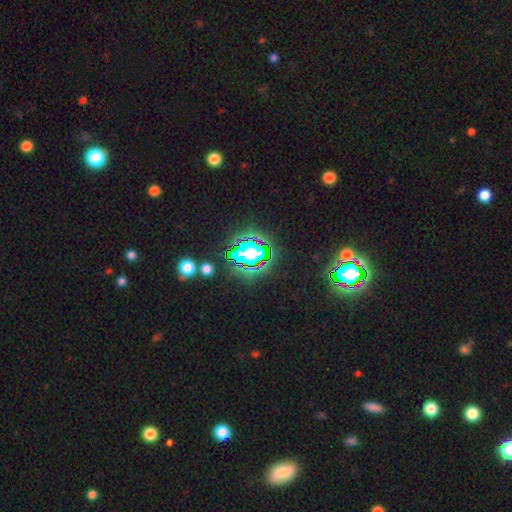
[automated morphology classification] The model was most divided on "smooth or featured": star or artifact: 73%, smooth: 17%, featured or disk: 10%.